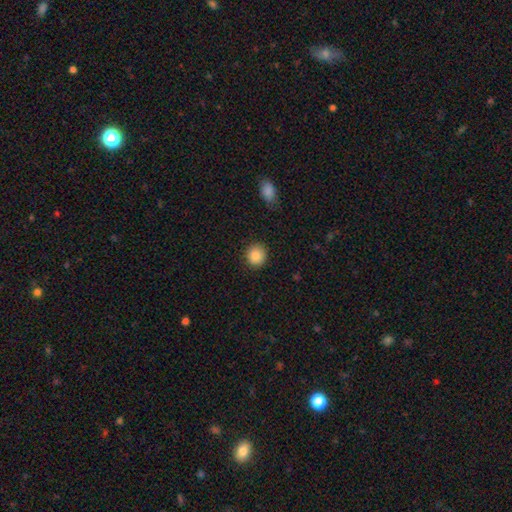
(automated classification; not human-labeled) Morphology: type=smooth (88%); roundness=round (87%); merging=none (90%).